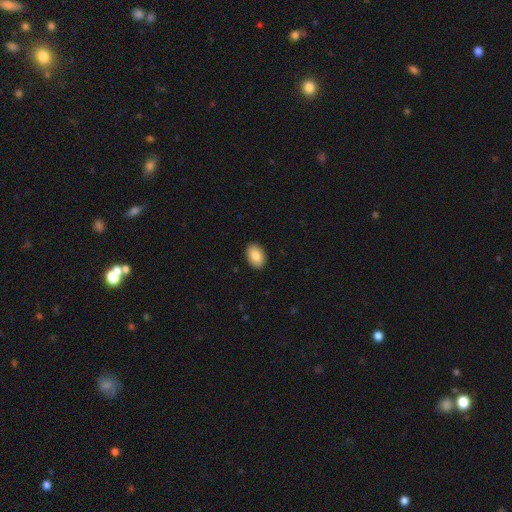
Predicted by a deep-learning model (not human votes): Smooth or featured? smooth (88%)
How rounded? in between (90%)
Merging? none (91%)